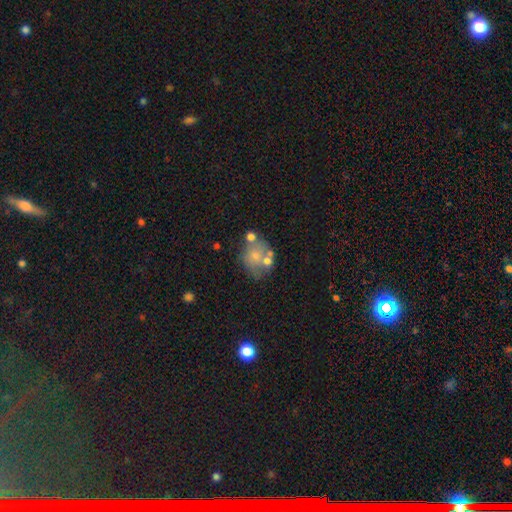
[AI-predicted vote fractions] Smooth or featured? smooth (48%)
Merging? none (40%)